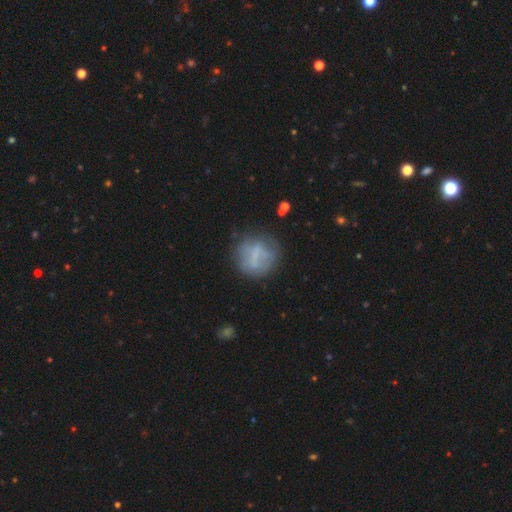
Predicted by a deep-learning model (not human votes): Morphology: type=smooth (55%); roundness=round (87%); merging=none (64%).